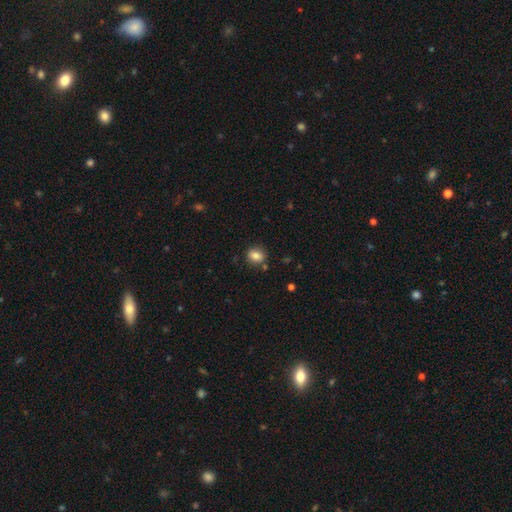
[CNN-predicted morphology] Smooth or featured? smooth (82%)
How rounded? round (59%)
Merging? none (81%)